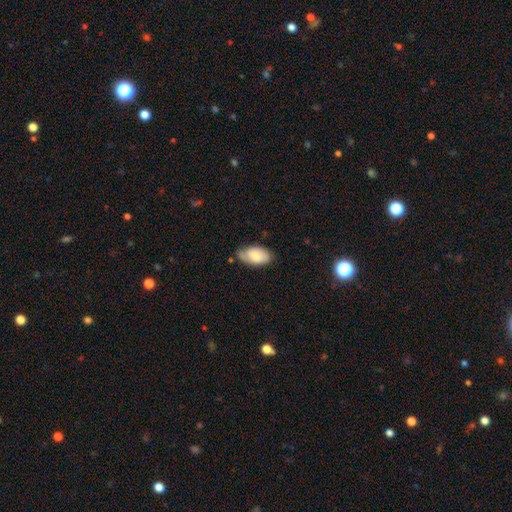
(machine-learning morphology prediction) Smooth or featured?
  - smooth: 70% *
  - featured or disk: 23%
  - star or artifact: 7%
How rounded?
  - in between: 94% *
  - round: 3%
  - cigar-shaped: 2%
Merging?
  - none: 60% *
  - minor disturbance: 31%
  - major disturbance: 7%
  - merger: 2%